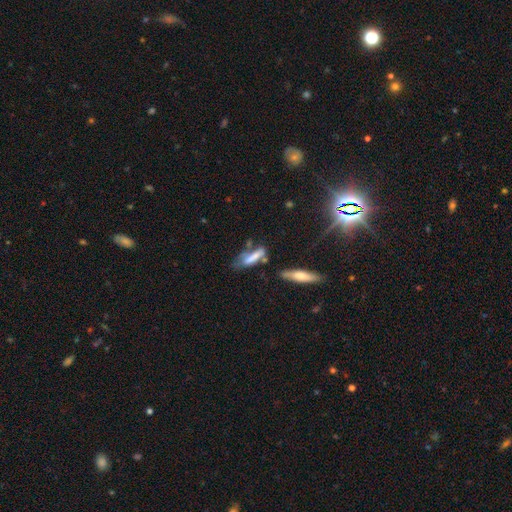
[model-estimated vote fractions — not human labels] This appears to be a smooth galaxy with no disk features (59%) that is cigar-shaped (59%). Merging: none (40%).